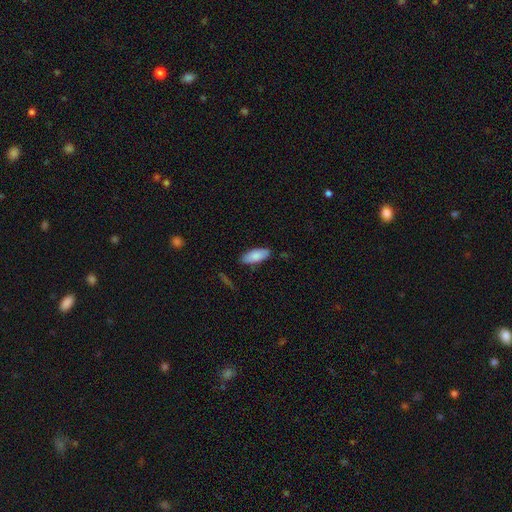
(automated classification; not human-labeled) A smooth galaxy with no disk features (85%) that is in between round and cigar-shaped (81%).

Vote fractions:
- Smooth or featured? smooth: 85% / featured or disk: 9% / star or artifact: 6%
- How rounded? in between: 81% / cigar-shaped: 17% / round: 2%
- Merging? none: 83% / minor disturbance: 13% / major disturbance: 3% / merger: 2%